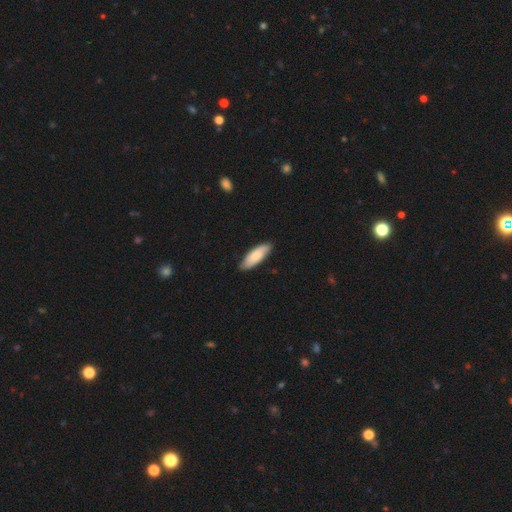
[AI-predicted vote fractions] Smooth or featured?
  - smooth: 80% *
  - featured or disk: 15%
  - star or artifact: 5%
How rounded?
  - in between: 66% *
  - cigar-shaped: 32%
  - round: 2%
Merging?
  - none: 86% *
  - minor disturbance: 11%
  - major disturbance: 2%
  - merger: 1%